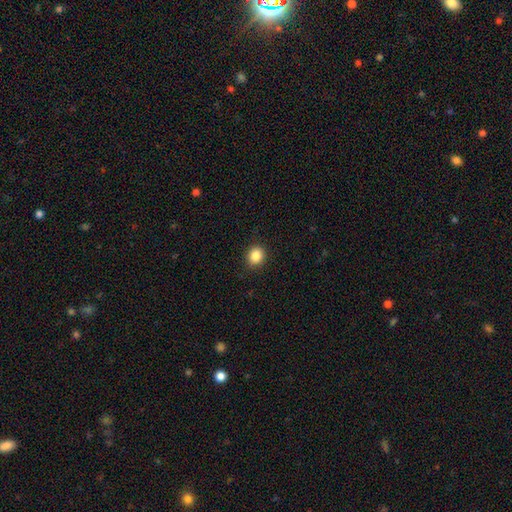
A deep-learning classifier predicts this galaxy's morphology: smooth_or_featured: smooth (p=0.86) [alt: star or artifact p=0.10]
how_rounded: round (p=0.74) [alt: in between p=0.25]
merging: none (p=0.91) [alt: minor disturbance p=0.06]